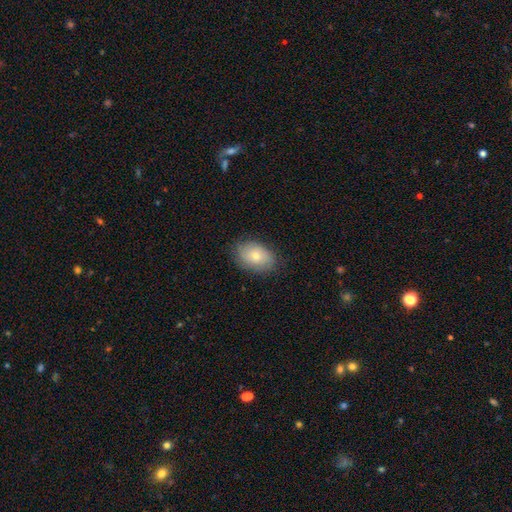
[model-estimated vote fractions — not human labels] This is likely a smooth galaxy (68%). How rounded: clearly in between (83%). Merging: clearly none (81%).